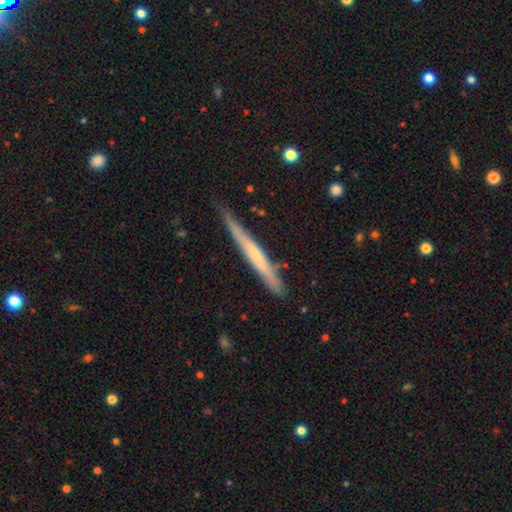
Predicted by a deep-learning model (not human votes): A featured or disk galaxy (53%) viewed edge-on (95%) with no central bulge (65%). Merging: none (77%).